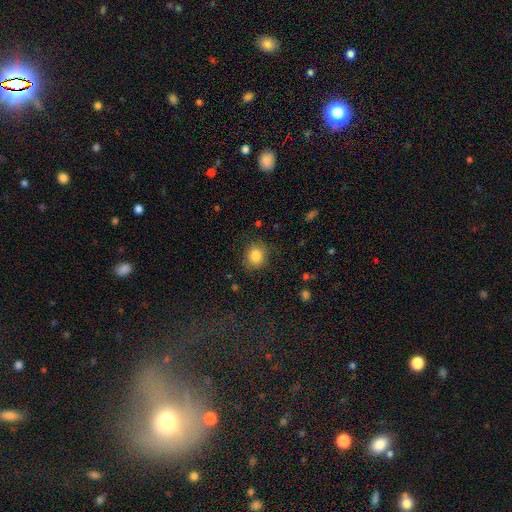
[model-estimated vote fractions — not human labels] This appears to be a smooth galaxy with no disk features (83%) that is round (76%). Merging: none (79%).